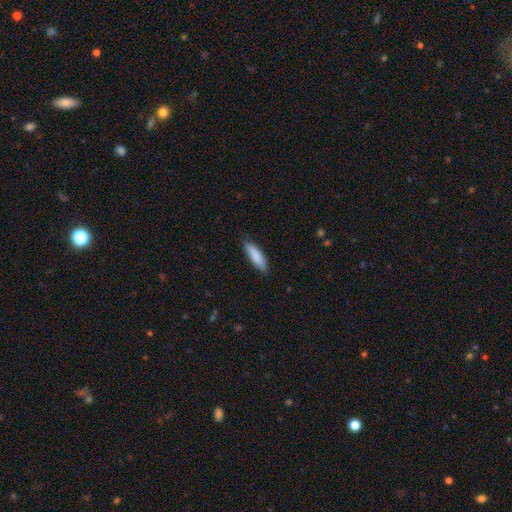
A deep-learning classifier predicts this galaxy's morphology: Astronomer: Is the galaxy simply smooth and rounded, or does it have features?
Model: smooth — 88%.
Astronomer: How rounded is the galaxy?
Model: cigar-shaped — 55% (runner-up: in between, 43%).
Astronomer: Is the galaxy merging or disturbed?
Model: none — 85%.